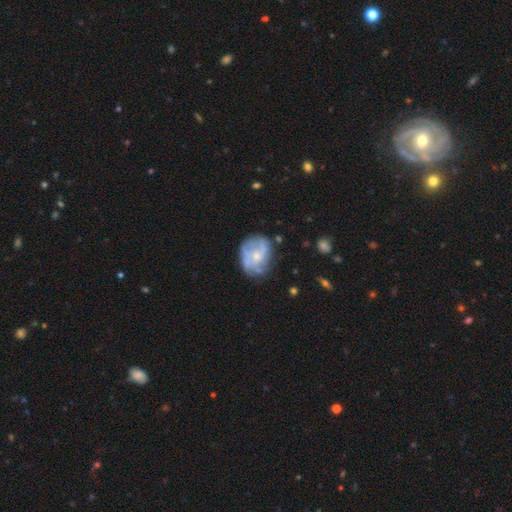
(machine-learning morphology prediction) A featured or disk galaxy (65%) with no bar (77%), spiral arms (61%) and a small central bulge (58%). Merging: none (57%).